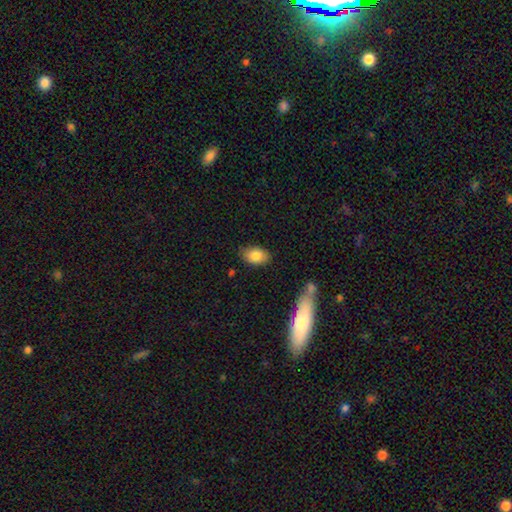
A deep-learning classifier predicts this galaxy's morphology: A smooth galaxy with no disk features (83%) that is in between round and cigar-shaped (89%). Merging: none (81%).